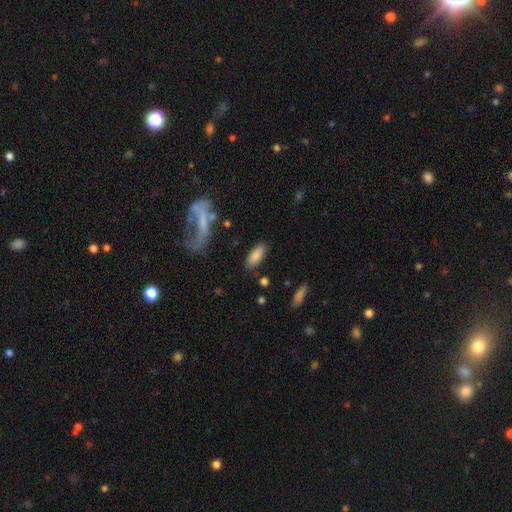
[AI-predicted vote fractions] Q: Smooth or featured?
A: smooth (83%); runner-up: featured or disk (10%)
Q: How rounded?
A: in between (81%); runner-up: cigar-shaped (17%)
Q: Merging?
A: none (83%); runner-up: minor disturbance (11%)